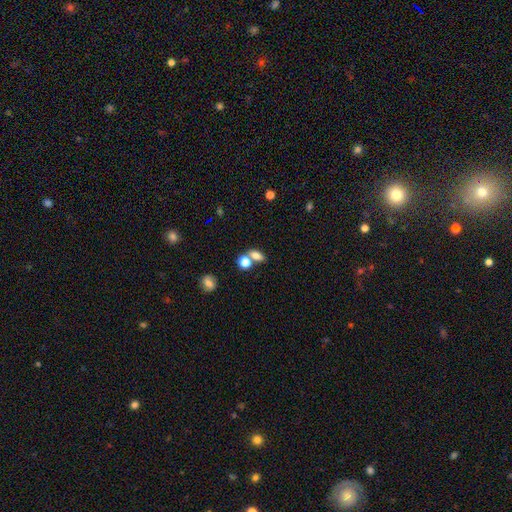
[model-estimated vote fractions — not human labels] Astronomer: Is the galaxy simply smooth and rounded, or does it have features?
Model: smooth — 77%.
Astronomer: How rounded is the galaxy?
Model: in between — 71%.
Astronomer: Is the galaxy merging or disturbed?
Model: none — 45% (runner-up: merger, 40%).